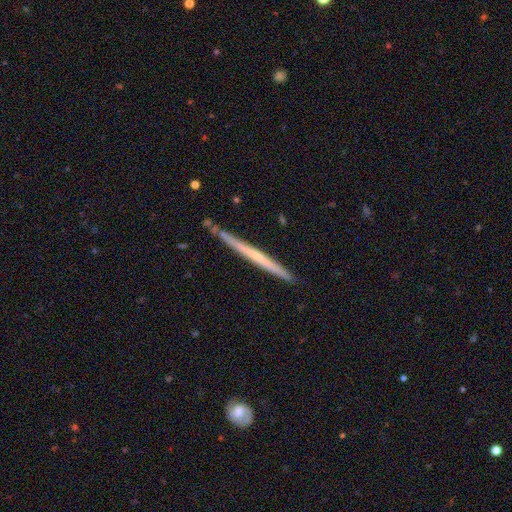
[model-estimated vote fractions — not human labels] Smooth or featured? featured or disk (56%)
Edge-on disk? yes (97%)
Edge-on bulge? none (81%)
Merging? none (84%)